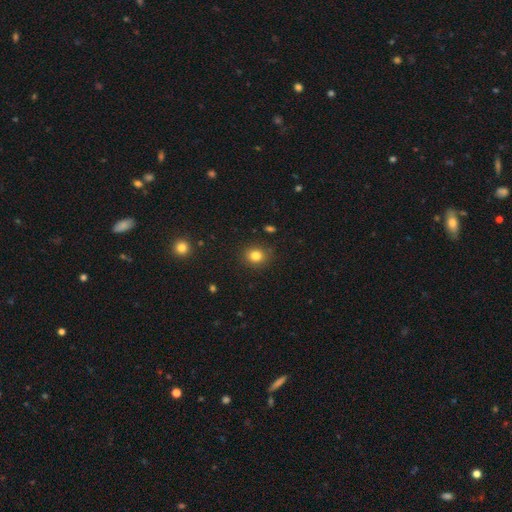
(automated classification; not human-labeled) A smooth galaxy with no disk features (82%) that is round (74%). Merging: none (88%).